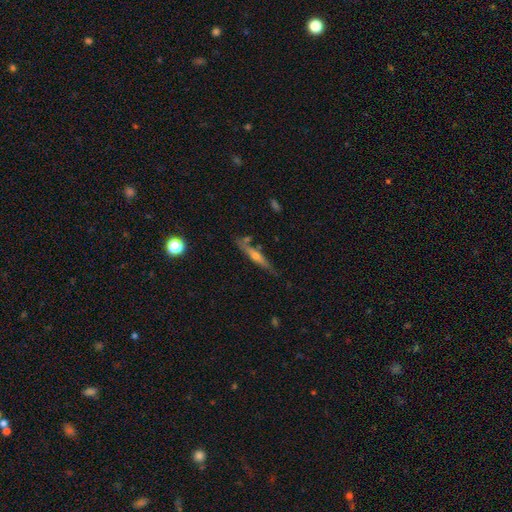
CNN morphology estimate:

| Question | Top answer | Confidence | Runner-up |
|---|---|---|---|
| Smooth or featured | featured or disk | 64% | smooth (29%) |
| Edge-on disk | yes | 94% | no (6%) |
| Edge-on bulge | rounded | 81% | none (14%) |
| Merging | none | 77% | minor disturbance (14%) |